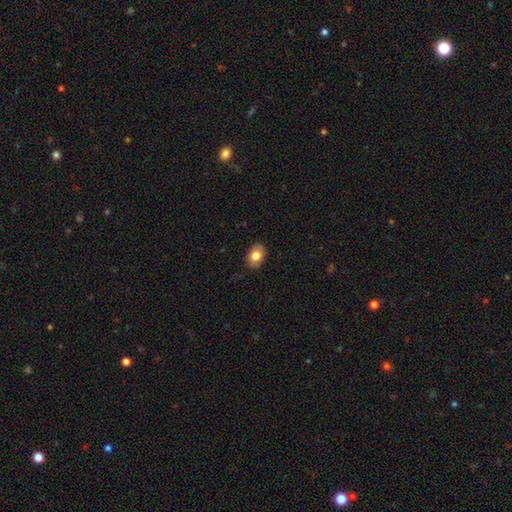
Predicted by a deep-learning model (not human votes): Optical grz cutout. It shows a smooth galaxy with no disk features (81%) that is in between round and cigar-shaped (78%). Merging: none (86%).